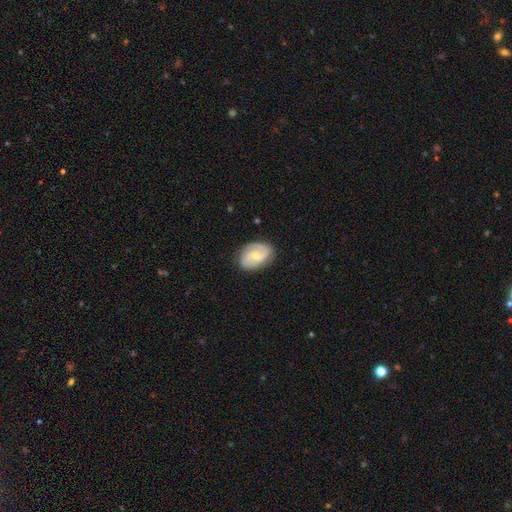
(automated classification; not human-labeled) Smooth or featured? featured or disk (73%)
Edge-on disk? no (97%)
Bar? weak (48%)
Spiral arms? yes (94%)
Spiral winding? medium (48%)
Spiral arm count? 2 (85%)
Bulge size? moderate (49%)
Merging? none (81%)